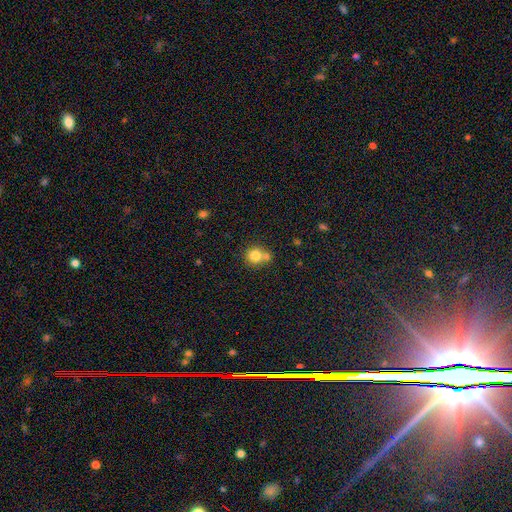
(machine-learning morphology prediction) A smooth galaxy with no disk features (80%) that is round (86%).

Vote fractions:
- Smooth or featured? smooth: 80% / star or artifact: 11% / featured or disk: 9%
- How rounded? round: 86% / in between: 13% / cigar-shaped: 1%
- Merging? none: 52% / merger: 34% / minor disturbance: 10% / major disturbance: 3%